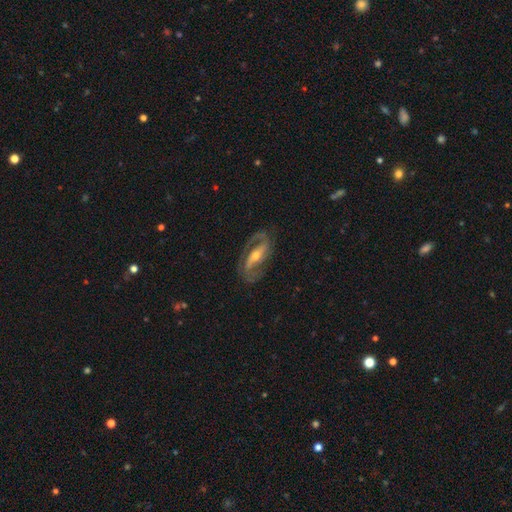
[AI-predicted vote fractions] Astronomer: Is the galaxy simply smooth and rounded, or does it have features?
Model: featured or disk — 88%.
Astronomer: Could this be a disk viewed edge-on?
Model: no — 93%.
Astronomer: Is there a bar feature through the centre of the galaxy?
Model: strong — 54%.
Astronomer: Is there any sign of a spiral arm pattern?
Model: yes — 94%.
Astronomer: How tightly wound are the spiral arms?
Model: medium — 51%.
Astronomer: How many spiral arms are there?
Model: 2 — 90%.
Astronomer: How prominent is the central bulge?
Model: moderate — 57% (runner-up: small, 38%).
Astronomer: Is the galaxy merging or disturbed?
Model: none — 77%.